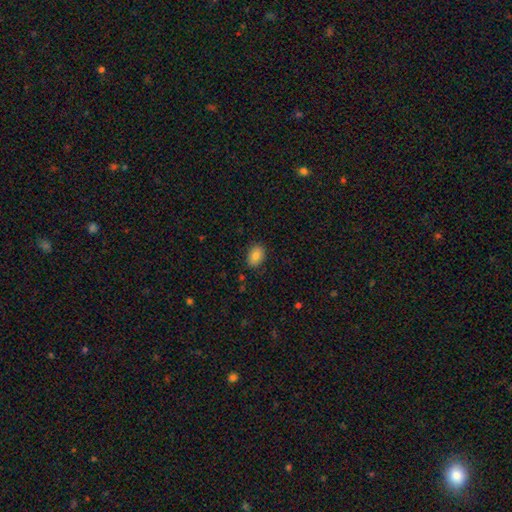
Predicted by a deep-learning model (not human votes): smooth_or_featured: smooth (p=0.82) [alt: featured or disk p=0.10]
how_rounded: in between (p=0.77) [alt: round p=0.22]
merging: none (p=0.87) [alt: minor disturbance p=0.10]